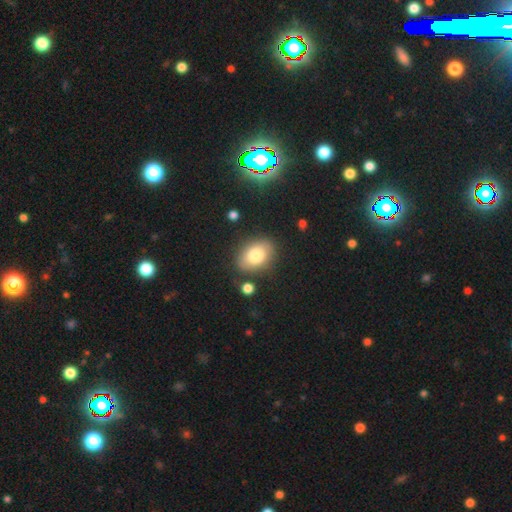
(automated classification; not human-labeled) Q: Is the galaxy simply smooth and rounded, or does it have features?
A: smooth — 79%.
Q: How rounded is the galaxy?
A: in between — 80%.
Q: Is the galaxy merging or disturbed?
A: none — 79%.